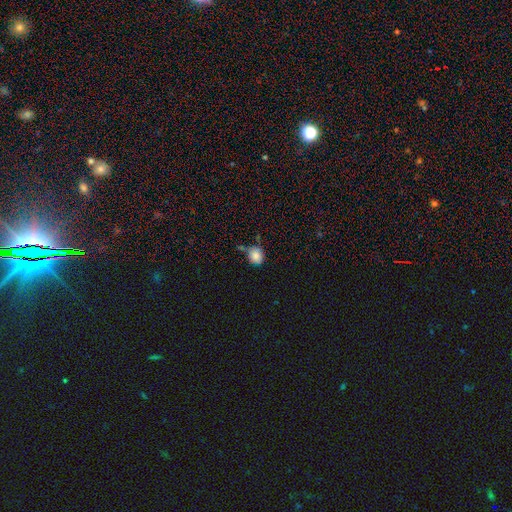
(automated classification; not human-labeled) This is clearly a smooth galaxy (84%). How rounded: clearly round (81%). Merging: likely none (62%).